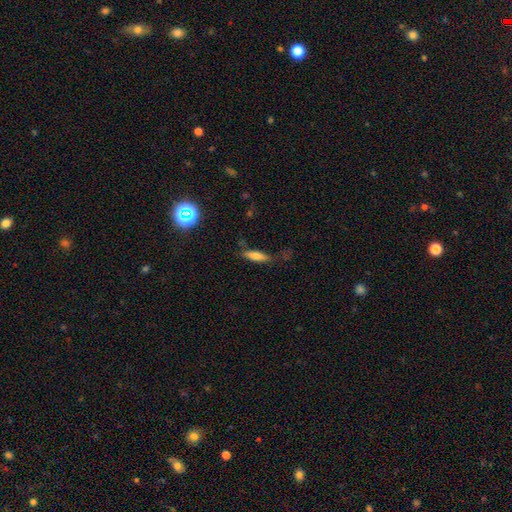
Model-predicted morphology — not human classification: This appears to be a smooth galaxy with no disk features (70%) that is cigar-shaped (59%). Merging: none (63%).